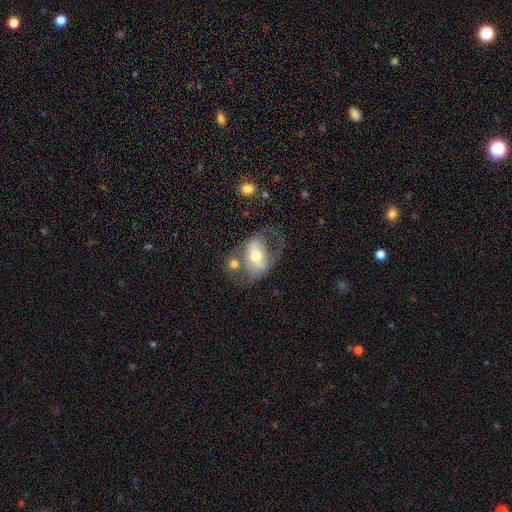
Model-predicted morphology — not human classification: type=featured or disk (54%); edge-on=no (93%); bar=no (39%); spiral arms=no (52%); bulge=moderate (68%); merging=none (37%).